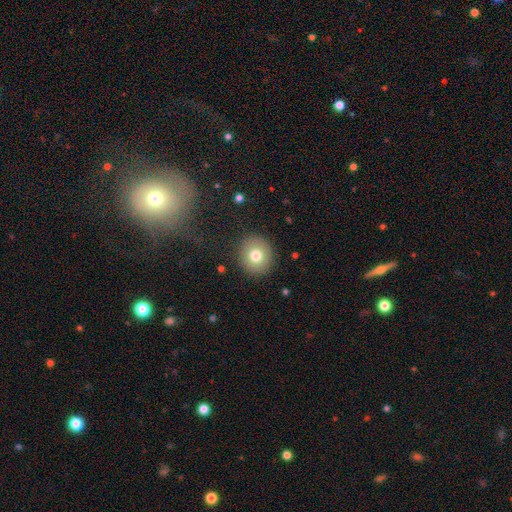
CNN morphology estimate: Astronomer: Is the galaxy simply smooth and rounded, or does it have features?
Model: smooth — 76%.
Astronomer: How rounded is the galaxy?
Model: round — 87%.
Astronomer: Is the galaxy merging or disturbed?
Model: none — 89%.